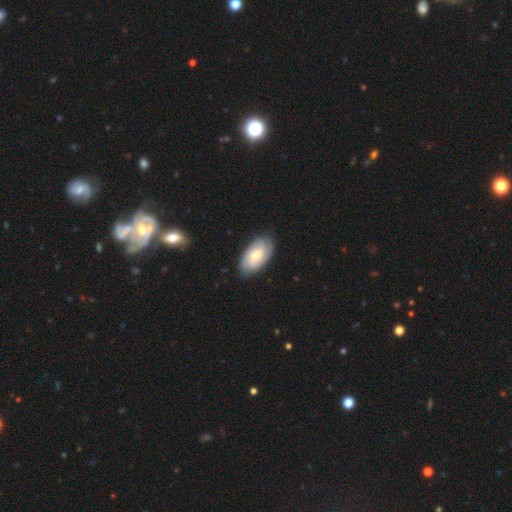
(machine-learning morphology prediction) This appears to be a smooth galaxy with no disk features (52%) that is in between round and cigar-shaped (94%). Merging: none (81%).